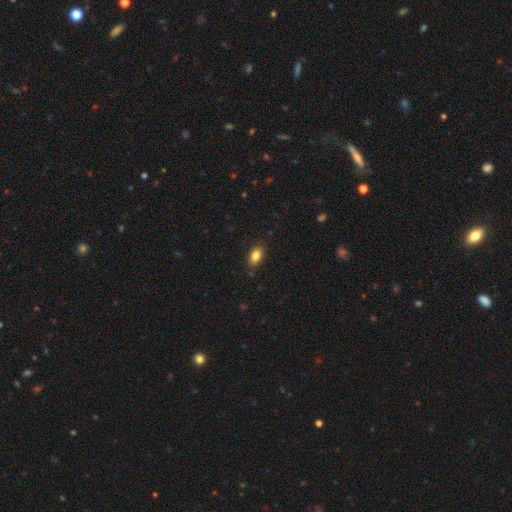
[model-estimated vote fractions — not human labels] The model was most divided on "smooth or featured": smooth: 84%, star or artifact: 9%, featured or disk: 7%. More confident: how rounded — in between (88%); merging — none (86%).